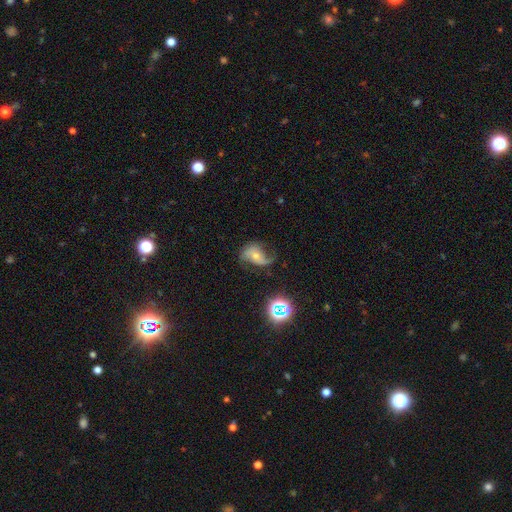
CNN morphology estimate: Overall: featured or disk (68%). Edge-on disk: no (97%). Bar: no (63%; weak 26%). Spiral arms: yes (90%). Spiral arm count: 2 (75%). Spiral winding: loose (66%; medium 26%). Bulge size: moderate (47%; small 46%). Merging: none (49%; minor disturbance 27%).